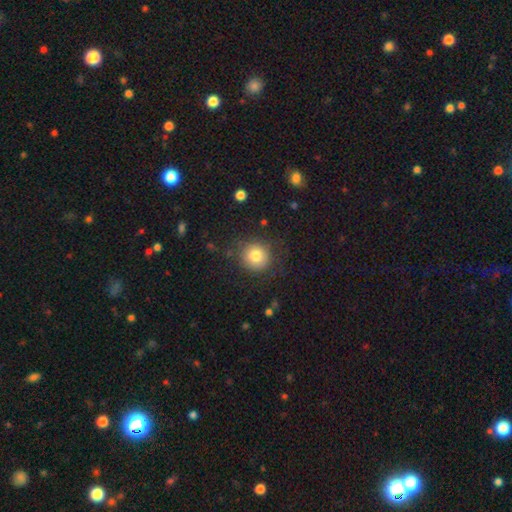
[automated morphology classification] smooth-or-featured: smooth: 79% | featured or disk: 10% | star or artifact: 10%
  how-rounded: round: 92% | in between: 7% | cigar-shaped: 1%
  merging: none: 82% | minor disturbance: 12% | major disturbance: 5% | merger: 2%